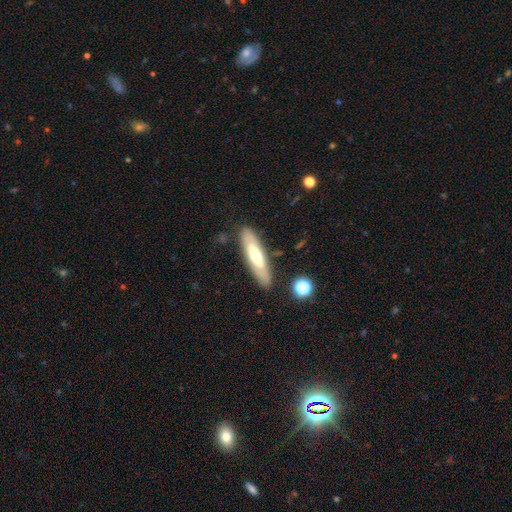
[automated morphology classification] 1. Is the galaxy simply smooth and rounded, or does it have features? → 49% featured or disk, 45% smooth, 6% star or artifact.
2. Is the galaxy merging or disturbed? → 83% none, 12% minor disturbance, 3% major disturbance, 2% merger.